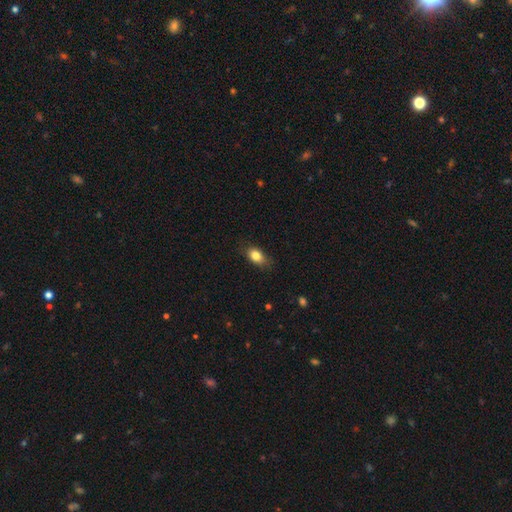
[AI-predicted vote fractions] A smooth galaxy with no disk features (82%) that is in between round and cigar-shaped (83%). Merging: none (77%).